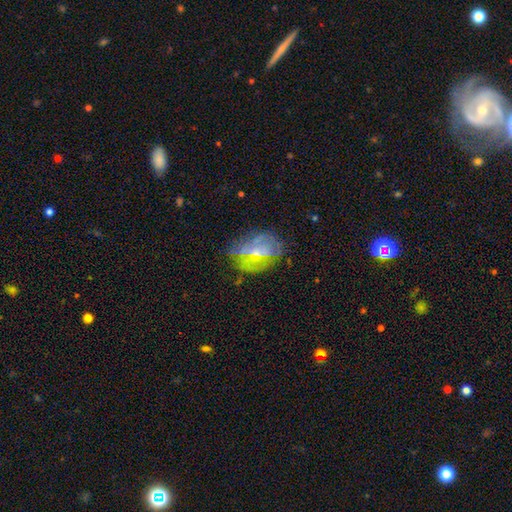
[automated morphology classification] Smooth or featured?
  - featured or disk: 54% *
  - smooth: 27%
  - star or artifact: 20%
Edge-on disk?
  - no: 88% *
  - yes: 12%
Merging?
  - none: 68% *
  - minor disturbance: 19%
  - major disturbance: 10%
  - merger: 3%